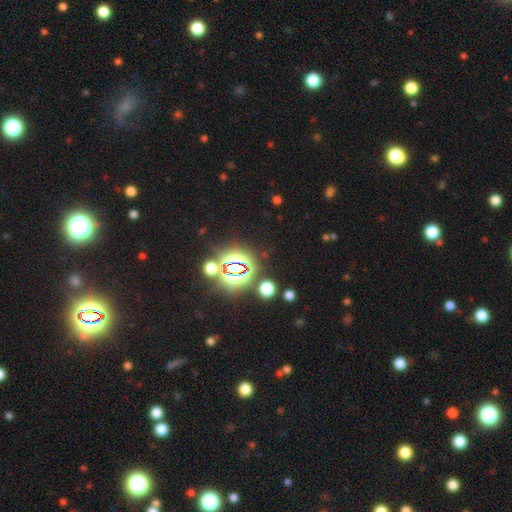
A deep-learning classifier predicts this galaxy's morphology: smooth-or-featured: star or artifact: 82% | smooth: 11% | featured or disk: 7%